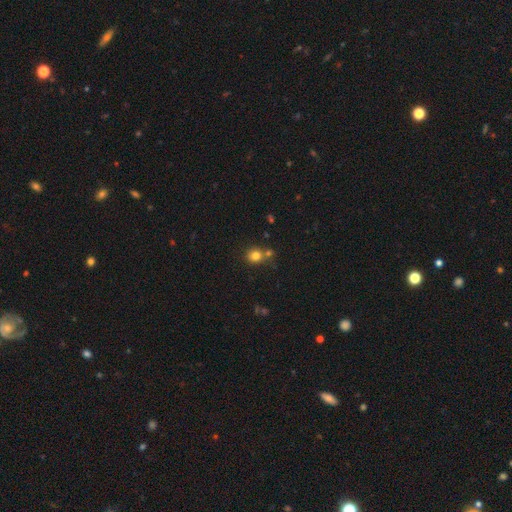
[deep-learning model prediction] This appears to be a smooth galaxy with no disk features (79%) that is round (82%). Merging: none (66%).